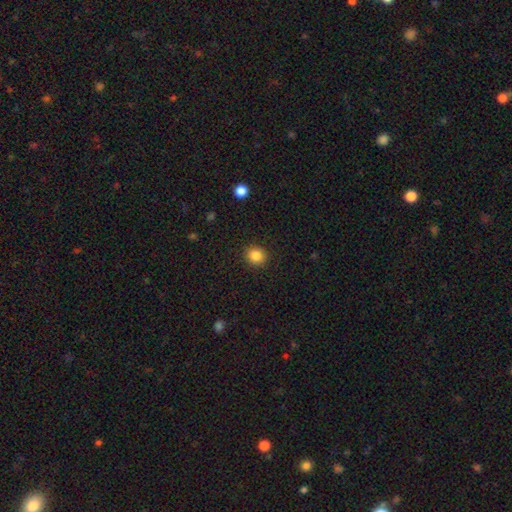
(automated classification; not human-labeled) Smooth or featured?
  - smooth: 86% *
  - star or artifact: 10%
  - featured or disk: 4%
How rounded?
  - round: 86% *
  - in between: 13%
  - cigar-shaped: 1%
Merging?
  - none: 90% *
  - minor disturbance: 6%
  - major disturbance: 2%
  - merger: 1%